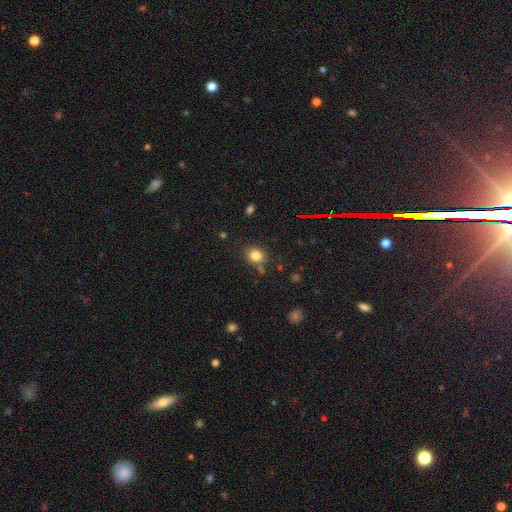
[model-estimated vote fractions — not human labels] smooth 80%, star or artifact 13%, featured or disk 6%. Down the decision tree: how rounded — round (72%); merging — none (76%).